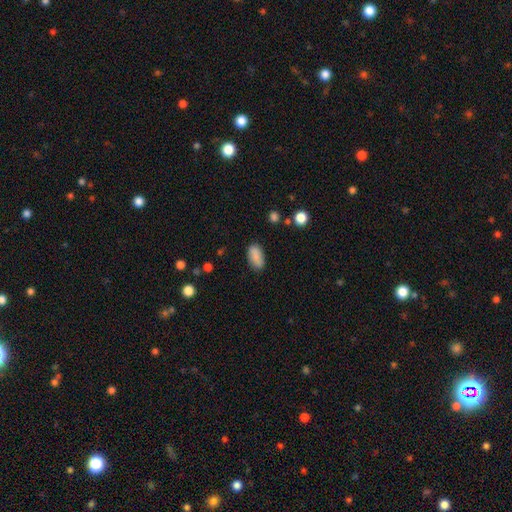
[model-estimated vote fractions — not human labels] Smooth or featured? Predicted: smooth (p=0.86). How rounded? Predicted: in between (p=0.92). Merging? Predicted: none (p=0.82).